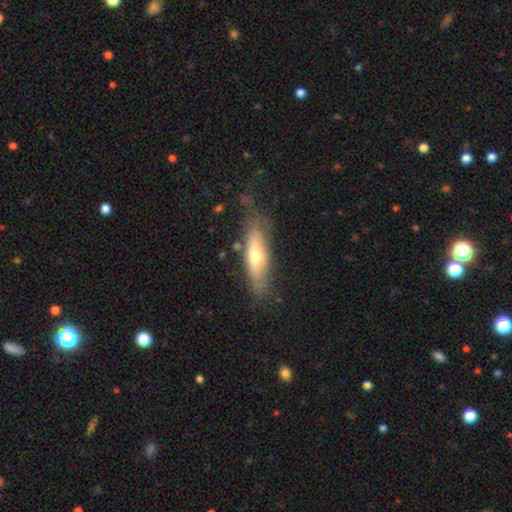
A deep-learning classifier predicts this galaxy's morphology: Smooth or featured? smooth (52%)
How rounded? cigar-shaped (53%)
Merging? none (70%)